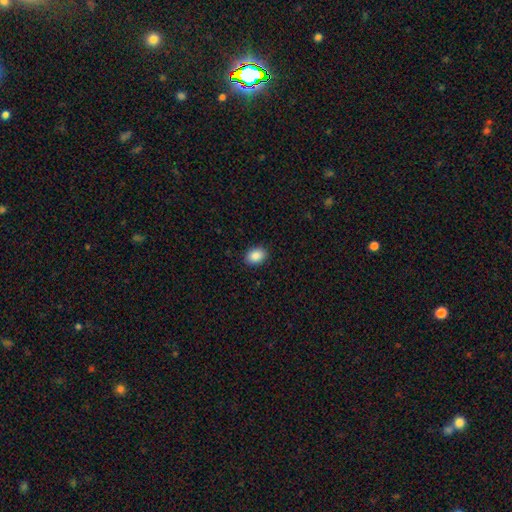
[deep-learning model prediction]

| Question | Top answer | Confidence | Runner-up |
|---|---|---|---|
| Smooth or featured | smooth | 89% | star or artifact (8%) |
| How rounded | in between | 73% | round (26%) |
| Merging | none | 90% | minor disturbance (7%) |